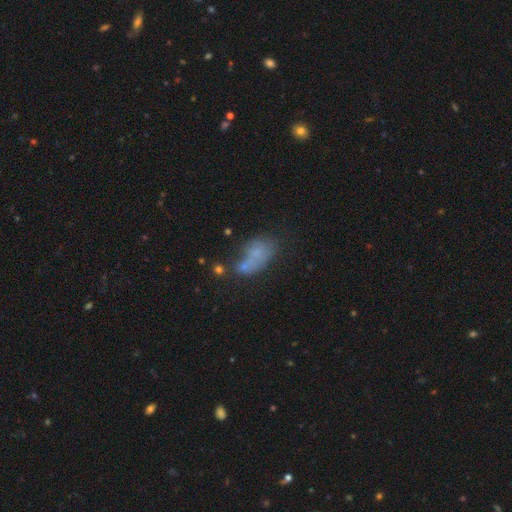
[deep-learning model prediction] Overall: smooth (57%; featured or disk 27%). How rounded: in between (83%). Merging: merger (36%; none 30%).